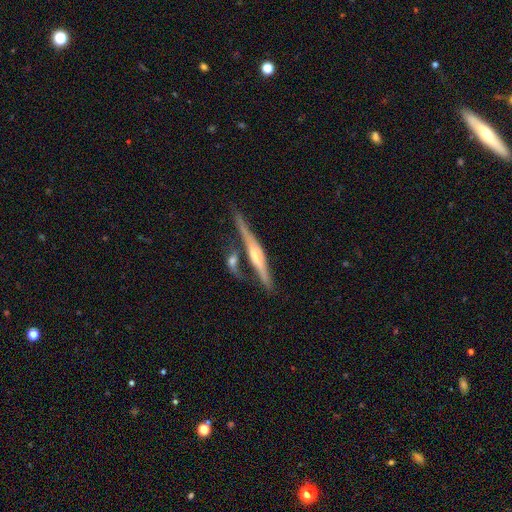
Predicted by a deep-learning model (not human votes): featured or disk 65%, smooth 28%, star or artifact 7%. Down the decision tree: edge-on disk — yes (84%); edge-on bulge — rounded (49%); merging — merger (41%).